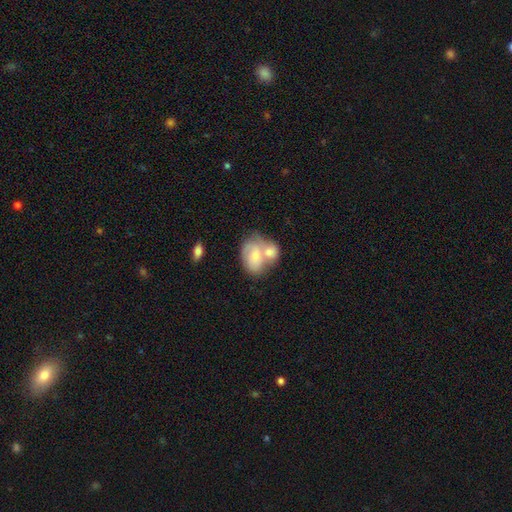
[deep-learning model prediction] Overall: smooth (63%; featured or disk 30%). How rounded: in between (69%; round 30%). Merging: merger (67%).